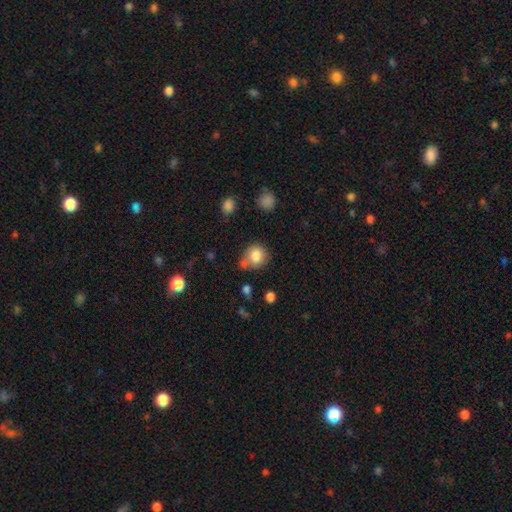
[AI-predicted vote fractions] smooth-or-featured: smooth: 81% | star or artifact: 10% | featured or disk: 9%
  how-rounded: round: 80% | in between: 19% | cigar-shaped: 1%
  merging: none: 57% | minor disturbance: 20% | merger: 17% | major disturbance: 6%